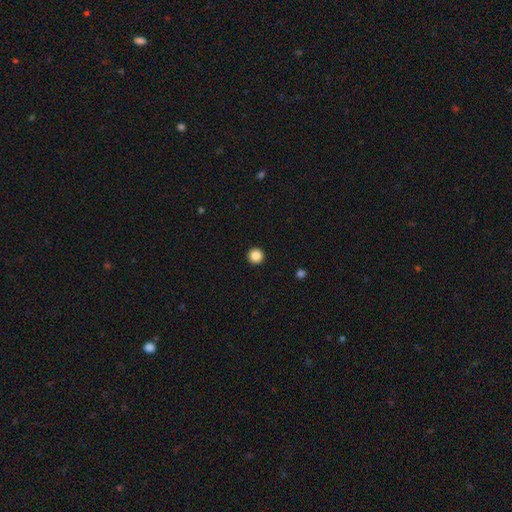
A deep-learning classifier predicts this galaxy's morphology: Smooth or featured: smooth — 86% (star or artifact — 10%)
How rounded: round — 97% (in between — 2%)
Merging: none — 94% (minor disturbance — 3%)